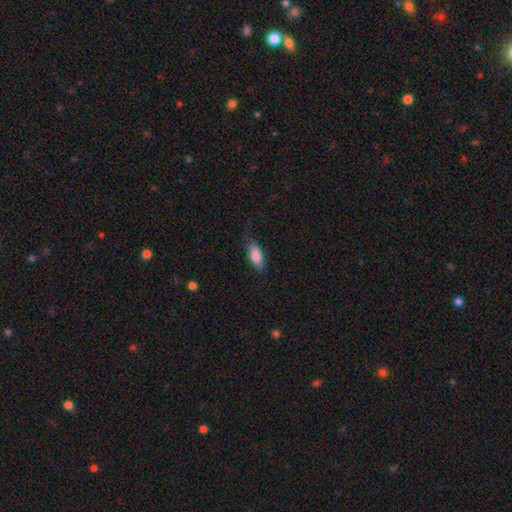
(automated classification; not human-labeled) Morphology: type=smooth (84%); roundness=in between (76%); merging=none (73%).